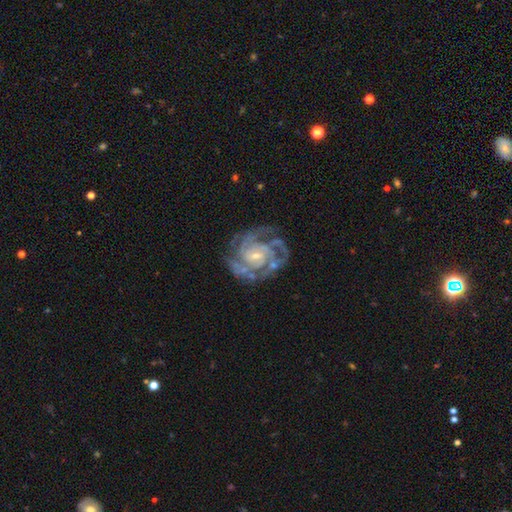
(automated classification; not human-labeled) The model was most divided on "bar": no: 48%, weak: 40%, strong: 12%. Remaining: edge-on disk — no (98%); spiral arms — yes (97%); smooth or featured — featured or disk (91%); bulge size — small (68%); merging — none (66%); spiral winding — tight (62%); spiral arm count — 3 (33%).